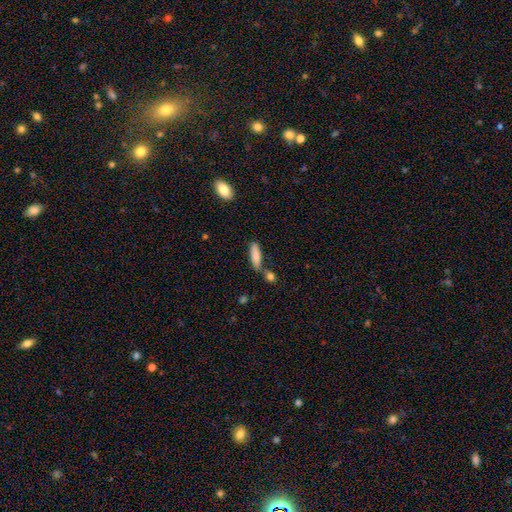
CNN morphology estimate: Q: Smooth or featured?
A: smooth (82%); runner-up: featured or disk (11%)
Q: How rounded?
A: cigar-shaped (63%); runner-up: in between (35%)
Q: Merging?
A: none (61%); runner-up: merger (18%)